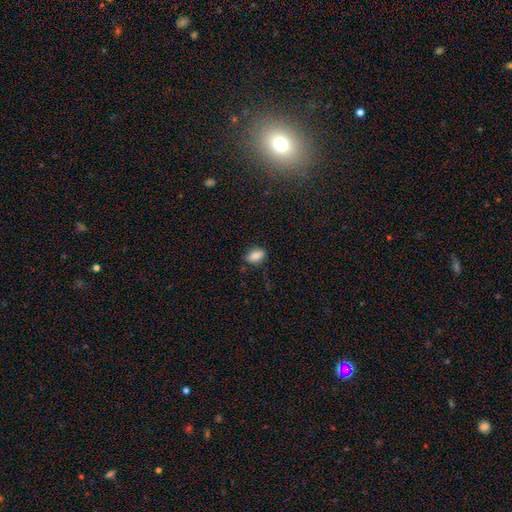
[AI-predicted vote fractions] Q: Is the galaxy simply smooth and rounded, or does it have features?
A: smooth — 85%.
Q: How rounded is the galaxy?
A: in between — 85%.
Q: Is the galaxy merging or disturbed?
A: none — 77%.